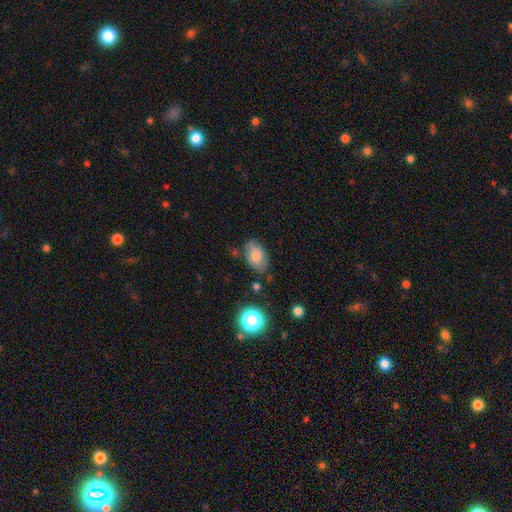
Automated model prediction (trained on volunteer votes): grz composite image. It shows a smooth galaxy with no disk features (75%) that is in between round and cigar-shaped (88%). Merging: none (71%).